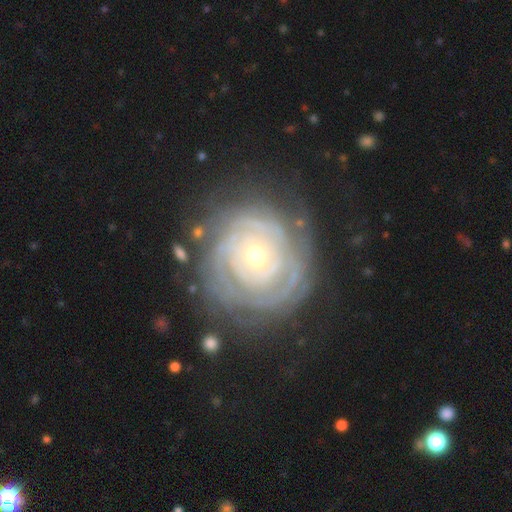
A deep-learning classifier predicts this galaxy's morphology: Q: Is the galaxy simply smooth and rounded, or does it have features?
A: featured or disk — 84%.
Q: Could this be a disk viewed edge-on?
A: no — 97%.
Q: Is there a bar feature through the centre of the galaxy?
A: no — 80%.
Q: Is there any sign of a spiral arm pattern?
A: yes — 91%.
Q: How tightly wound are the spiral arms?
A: tight — 84%.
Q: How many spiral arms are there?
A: can't tell — 41%.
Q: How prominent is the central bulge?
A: moderate — 51%.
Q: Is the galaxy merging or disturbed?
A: none — 72%.